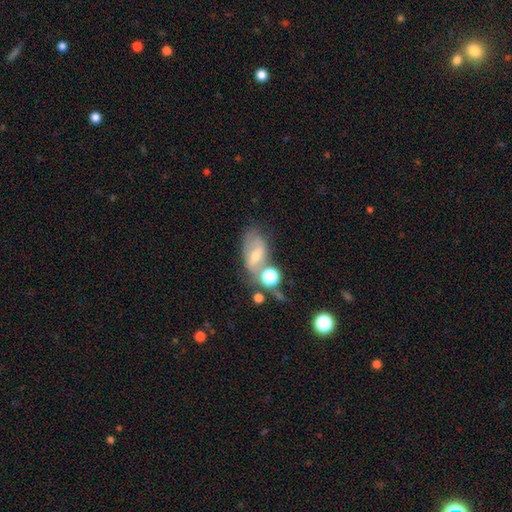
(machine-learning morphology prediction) Smooth or featured?
  - featured or disk: 46% *
  - smooth: 40%
  - star or artifact: 14%
Merging?
  - none: 45% *
  - merger: 22%
  - minor disturbance: 20%
  - major disturbance: 14%